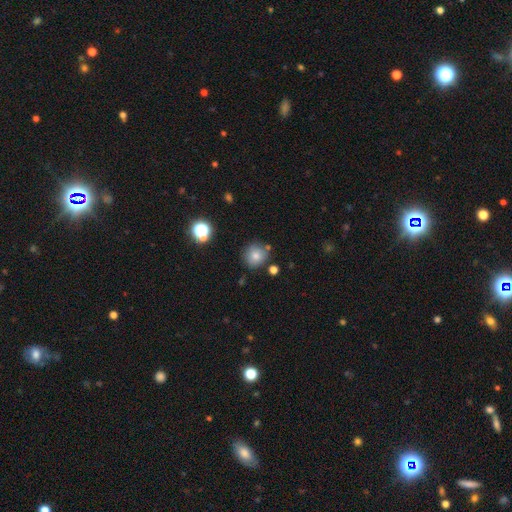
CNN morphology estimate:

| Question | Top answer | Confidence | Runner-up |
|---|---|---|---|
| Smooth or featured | smooth | 76% | star or artifact (13%) |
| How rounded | round | 89% | in between (10%) |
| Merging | none | 77% | minor disturbance (13%) |